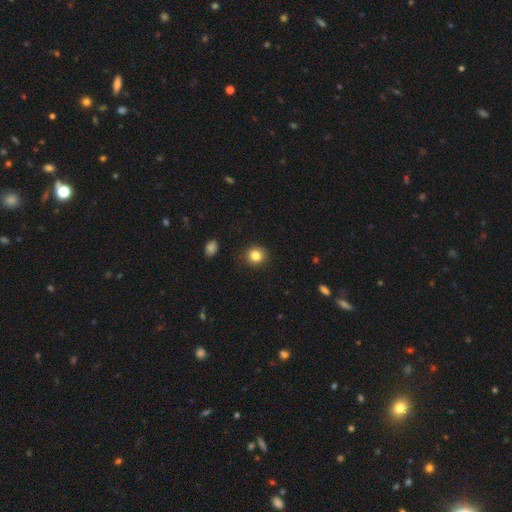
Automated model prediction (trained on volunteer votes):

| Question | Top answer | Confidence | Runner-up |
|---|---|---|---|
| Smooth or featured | smooth | 84% | star or artifact (11%) |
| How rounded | round | 89% | in between (10%) |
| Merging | none | 90% | minor disturbance (7%) |